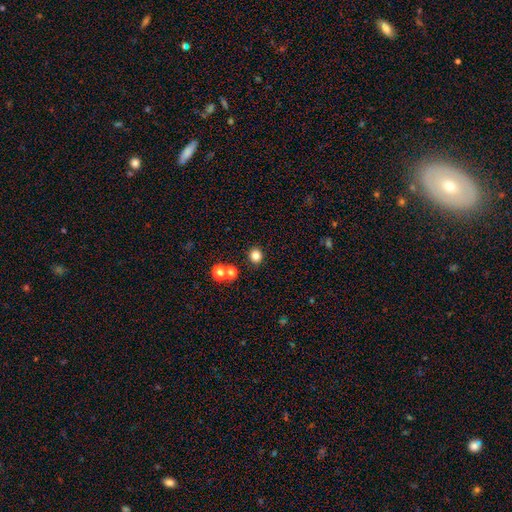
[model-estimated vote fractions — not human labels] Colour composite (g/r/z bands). It shows a smooth galaxy with no disk features (81%) that is round (83%). Merging: none (87%).